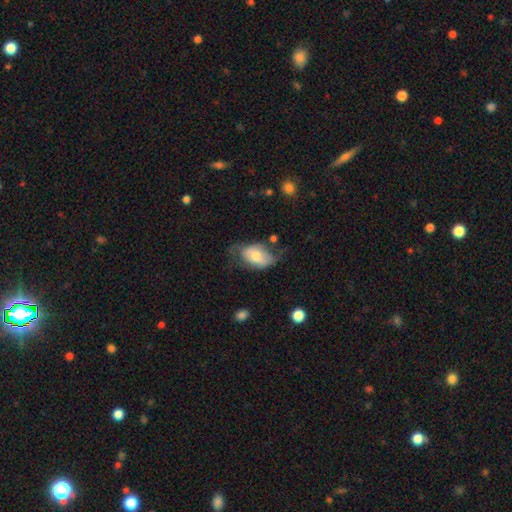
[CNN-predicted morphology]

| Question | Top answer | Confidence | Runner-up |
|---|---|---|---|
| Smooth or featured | smooth | 62% | featured or disk (32%) |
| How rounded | in between | 89% | round (10%) |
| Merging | none | 41% | minor disturbance (33%) |